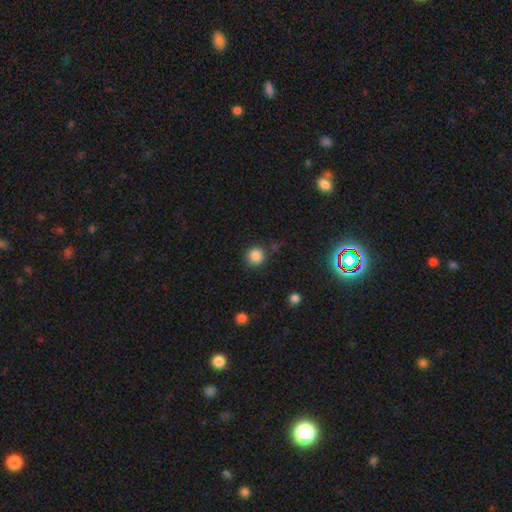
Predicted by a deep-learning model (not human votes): A smooth galaxy with no disk features (85%) that is round (92%).

Vote fractions:
- Smooth or featured? smooth: 85% / star or artifact: 11% / featured or disk: 4%
- How rounded? round: 92% / in between: 7% / cigar-shaped: 1%
- Merging? none: 82% / minor disturbance: 11% / major disturbance: 3% / merger: 3%